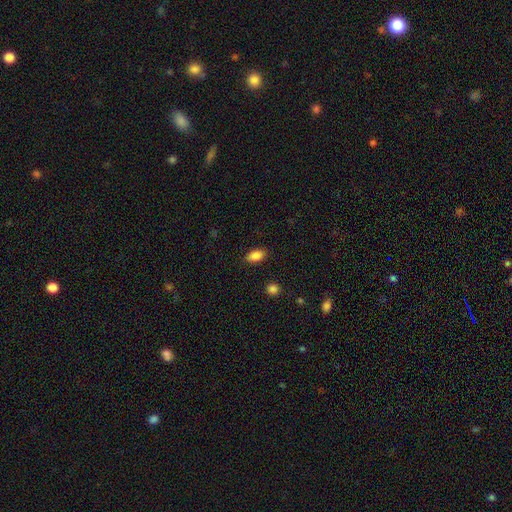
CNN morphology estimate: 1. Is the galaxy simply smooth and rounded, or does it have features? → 87% smooth, 8% star or artifact, 5% featured or disk.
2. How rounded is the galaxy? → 90% in between, 7% round, 3% cigar-shaped.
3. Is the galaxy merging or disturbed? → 87% none, 9% minor disturbance, 2% major disturbance, 1% merger.